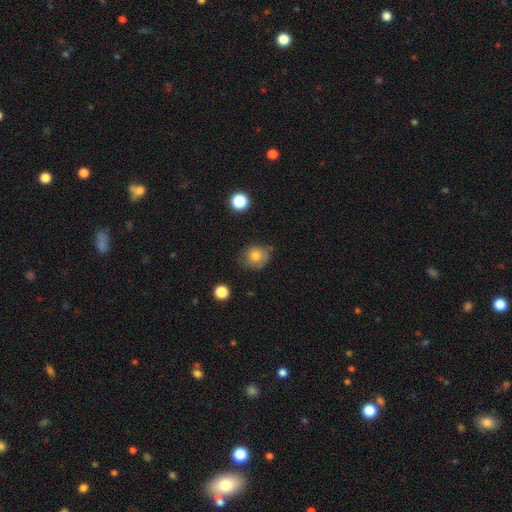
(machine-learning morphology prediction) A smooth galaxy with no disk features (76%) that is round (72%).

Vote fractions:
- Smooth or featured? smooth: 76% / featured or disk: 14% / star or artifact: 10%
- How rounded? round: 72% / in between: 27% / cigar-shaped: 1%
- Merging? none: 62% / minor disturbance: 29% / major disturbance: 7% / merger: 2%